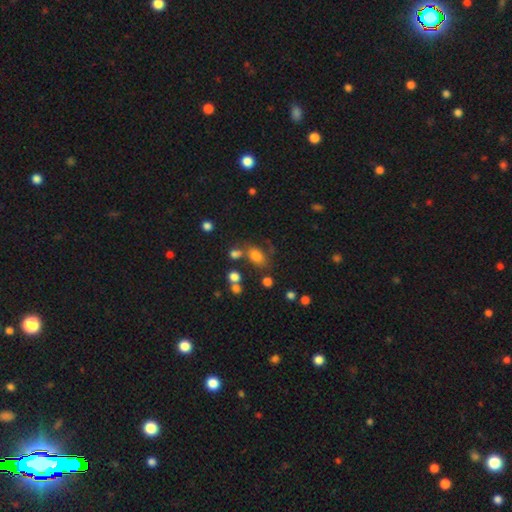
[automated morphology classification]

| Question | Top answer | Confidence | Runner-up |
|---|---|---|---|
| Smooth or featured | smooth | 75% | star or artifact (14%) |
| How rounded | in between | 78% | round (20%) |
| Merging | none | 59% | minor disturbance (17%) |